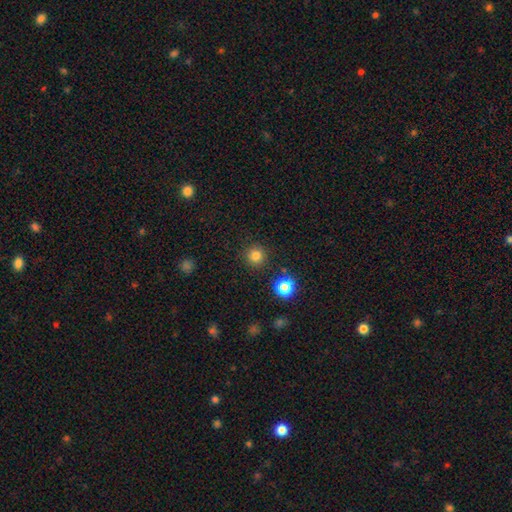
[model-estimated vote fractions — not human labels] This appears to be a smooth galaxy with no disk features (81%) that is round (95%). Merging: none (91%).